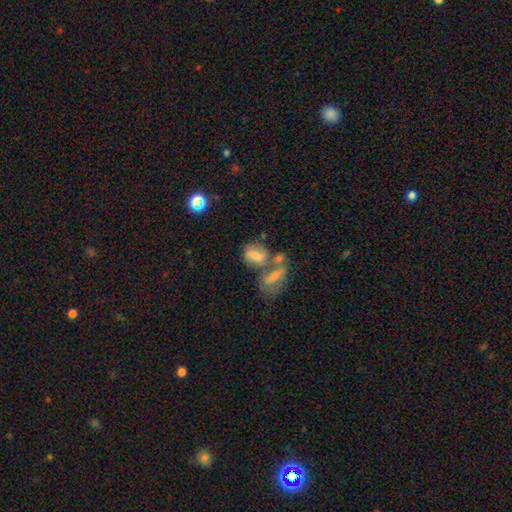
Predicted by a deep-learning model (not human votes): This appears to be a smooth galaxy with no disk features (51%) that is in between round and cigar-shaped (76%). Merging: merger (53%).